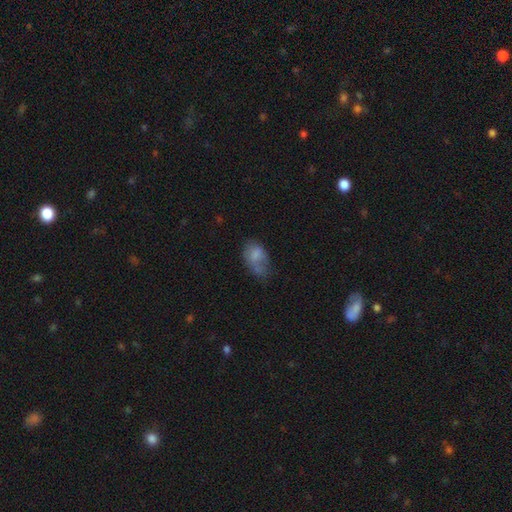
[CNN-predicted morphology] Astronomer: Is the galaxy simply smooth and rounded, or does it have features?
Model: smooth — 71%.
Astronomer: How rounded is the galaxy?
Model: in between — 89%.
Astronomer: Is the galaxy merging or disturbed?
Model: minor disturbance — 35% (runner-up: none, 34%).